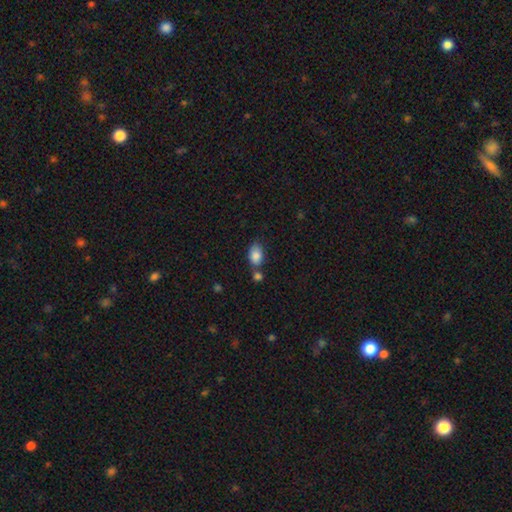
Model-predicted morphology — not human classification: smooth_or_featured: smooth (p=0.85) [alt: star or artifact p=0.08]
how_rounded: in between (p=0.84) [alt: round p=0.14]
merging: none (p=0.48) [alt: merger p=0.28]